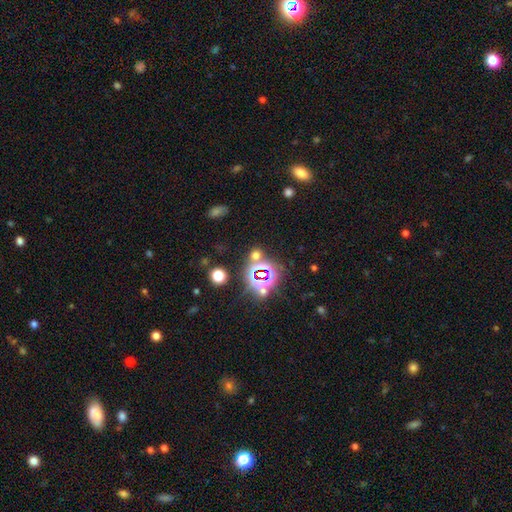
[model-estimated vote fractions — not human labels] This is possibly a star or artifact rather than a galaxy (54%).